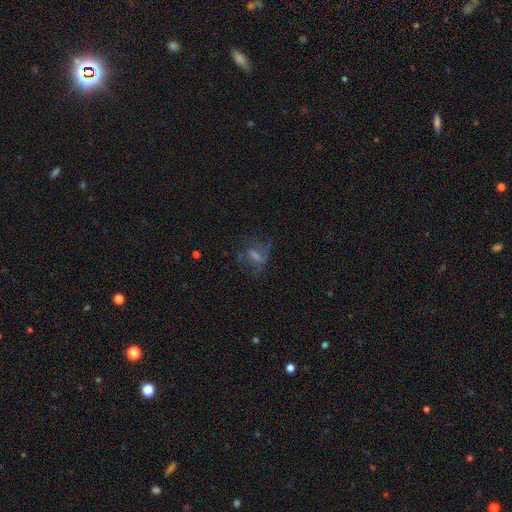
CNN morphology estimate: Smooth or featured? featured or disk (46%)
Merging? none (48%)